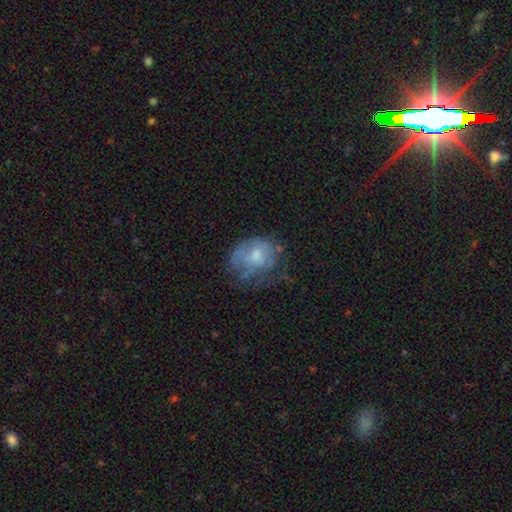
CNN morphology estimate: A featured or disk galaxy (45%).

Vote fractions:
- Smooth or featured? featured or disk: 45% / smooth: 44% / star or artifact: 10%
- Merging? none: 35% (tied) / major disturbance: 35% (tied) / minor disturbance: 27% / merger: 3%